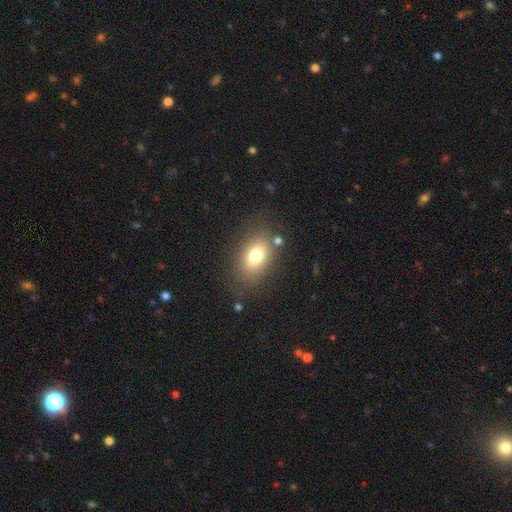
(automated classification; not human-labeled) Smooth or featured? smooth (74%)
How rounded? in between (80%)
Merging? none (77%)